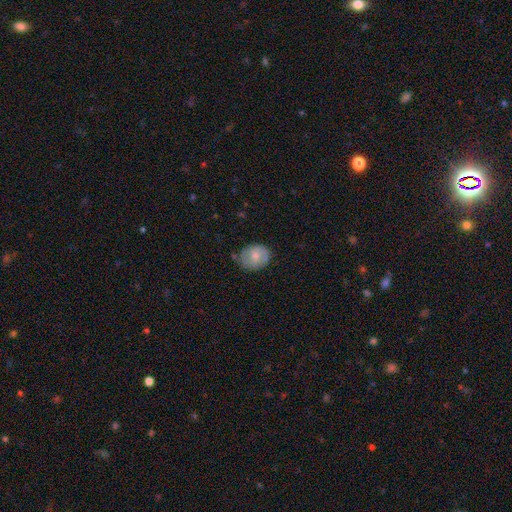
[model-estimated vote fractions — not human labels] smooth_or_featured: smooth (p=0.55) [alt: featured or disk p=0.38]
how_rounded: round (p=0.60) [alt: in between p=0.39]
merging: none (p=0.72) [alt: minor disturbance p=0.21]